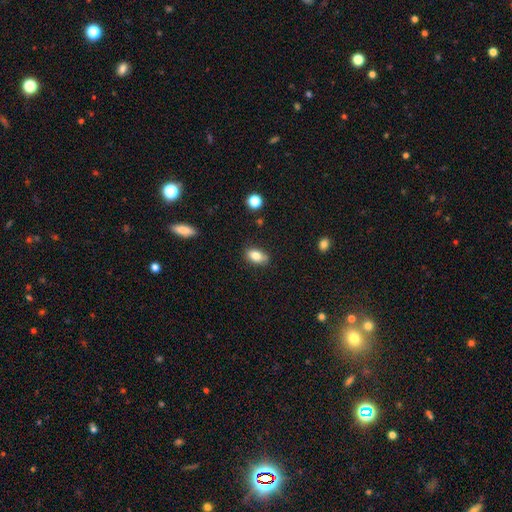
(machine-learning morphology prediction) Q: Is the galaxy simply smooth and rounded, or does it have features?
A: smooth — 82%.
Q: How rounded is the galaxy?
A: in between — 87%.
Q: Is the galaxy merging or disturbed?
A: none — 79%.